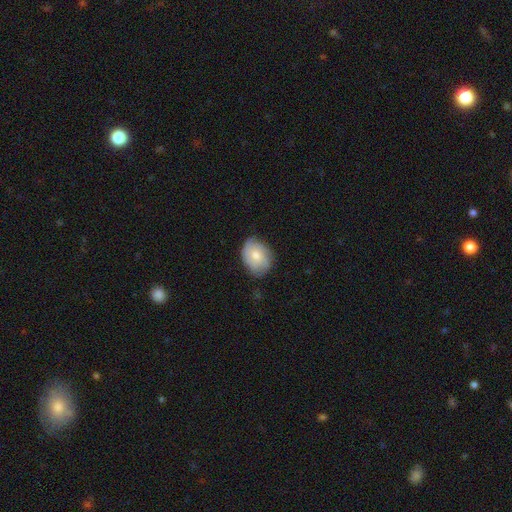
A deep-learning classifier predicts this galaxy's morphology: This appears to be a smooth galaxy with no disk features (54%) that is in between round and cigar-shaped (60%). Merging: none (65%).